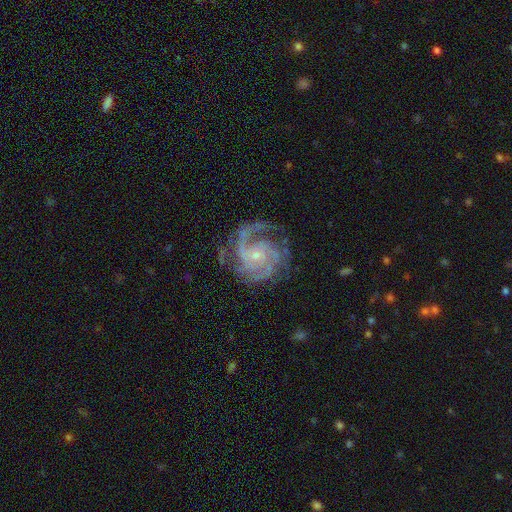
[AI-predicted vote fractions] A featured or disk galaxy (92%) with no bar (70%), 3 (39%) tight (56%) spiral arms (98%) and a small central bulge (79%).

Vote fractions:
- Smooth or featured? featured or disk: 92% / star or artifact: 5% / smooth: 3%
- Edge-on disk? no: 98% / yes: 2%
- Bar? no: 70% / weak: 24% / strong: 6%
- Spiral arms? yes: 98% / no: 2%
- Spiral winding? tight: 56% / medium: 38% / loose: 5%
- Spiral arm count? 3: 39% / 2: 27% / 4: 11% / can't tell: 11% / 1: 6% / more than 4: 6%
- Bulge size? small: 79% / moderate: 16% / none: 3% / large: 1% / dominant: 1%
- Merging? none: 71% / minor disturbance: 17% / major disturbance: 10% / merger: 1%